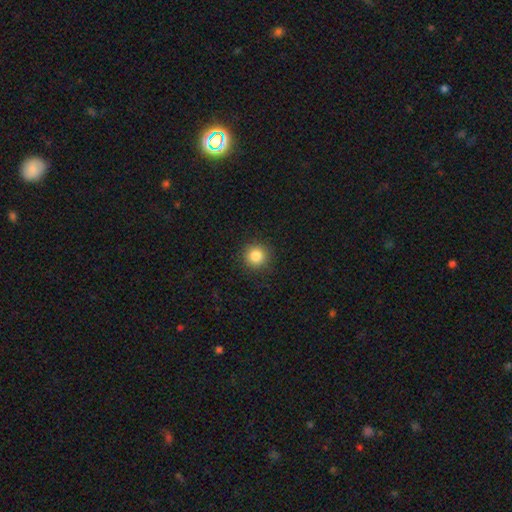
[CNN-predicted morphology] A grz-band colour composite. It shows a smooth galaxy with no disk features (84%) that is round (95%). Merging: none (91%).